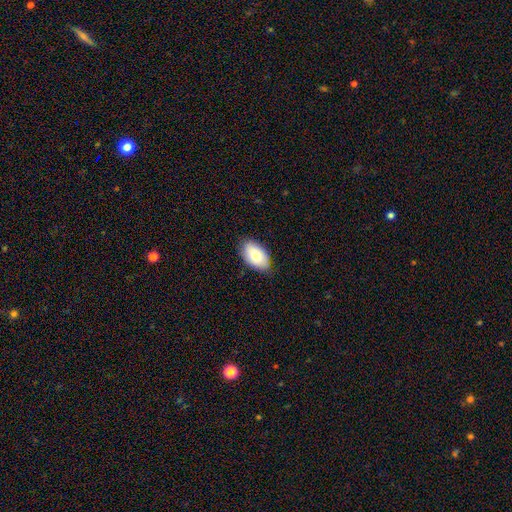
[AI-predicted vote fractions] Morphology: type=smooth (81%); roundness=in between (94%); merging=none (83%).